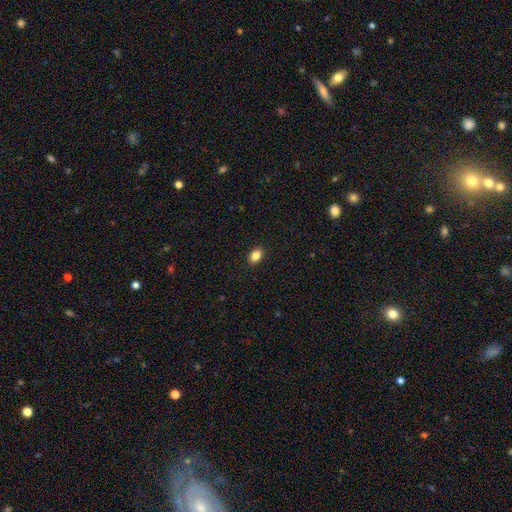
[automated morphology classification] Smooth or featured: smooth — 85% (star or artifact — 10%)
How rounded: in between — 76% (round — 22%)
Merging: none — 90% (minor disturbance — 7%)